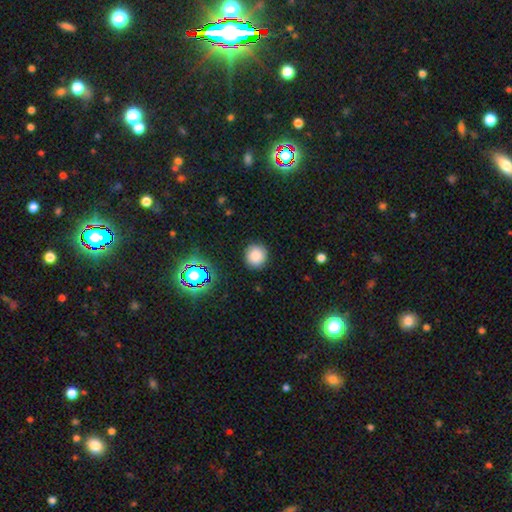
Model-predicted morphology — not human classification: The model was most divided on "smooth or featured": smooth: 81%, star or artifact: 13%, featured or disk: 6%. More confident: how rounded — round (91%); merging — none (88%).